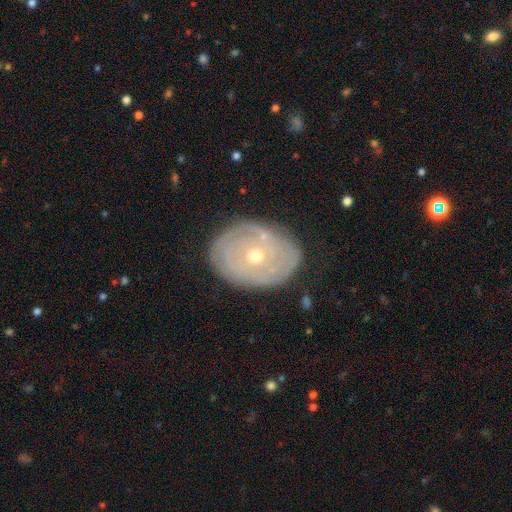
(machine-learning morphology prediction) This appears to be a featured or disk galaxy (66%) with no bar (86%), spiral arms (58%) and a moderate central bulge (50%). Merging: none (79%).